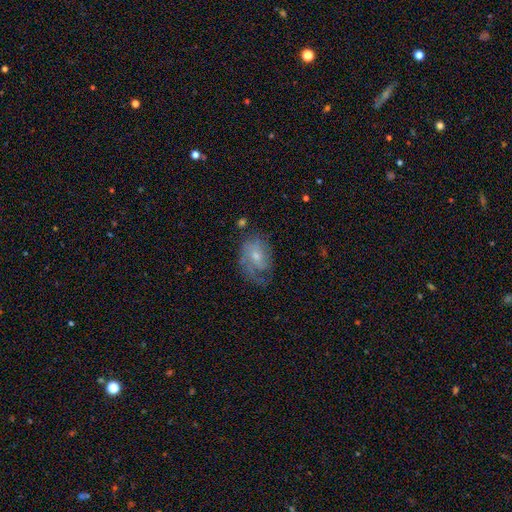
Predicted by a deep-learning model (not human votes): Q: Smooth or featured?
A: featured or disk (61%); runner-up: smooth (31%)
Q: Edge-on disk?
A: no (96%); runner-up: yes (4%)
Q: Bar?
A: no (68%); runner-up: weak (28%)
Q: Spiral arms?
A: yes (80%); runner-up: no (20%)
Q: Bulge size?
A: small (53%); runner-up: moderate (41%)
Q: Merging?
A: none (47%); runner-up: minor disturbance (27%)